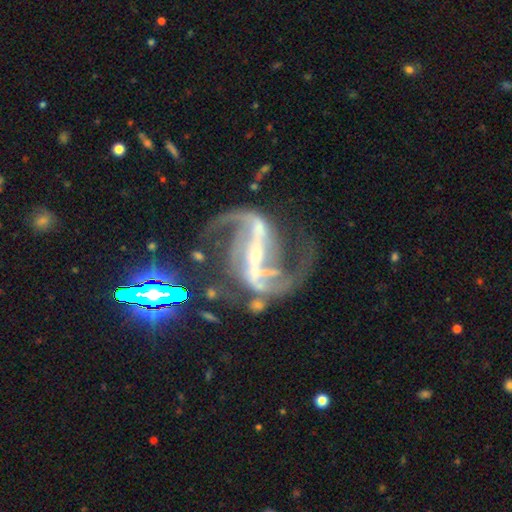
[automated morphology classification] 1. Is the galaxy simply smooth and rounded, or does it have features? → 91% featured or disk, 7% star or artifact, 2% smooth.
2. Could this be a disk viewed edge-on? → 97% no, 3% yes.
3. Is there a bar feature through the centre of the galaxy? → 78% strong, 15% weak, 6% no.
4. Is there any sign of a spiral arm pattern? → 98% yes, 2% no.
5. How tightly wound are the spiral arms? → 47% loose, 43% medium, 10% tight.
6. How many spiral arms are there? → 91% 2, 2% 3, 2% can't tell, 2% 1, 1% 4, 1% more than 4.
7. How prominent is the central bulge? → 78% small, 15% moderate, 3% none, 2% large, 1% dominant.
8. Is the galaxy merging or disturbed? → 65% none, 16% minor disturbance, 15% major disturbance, 5% merger.